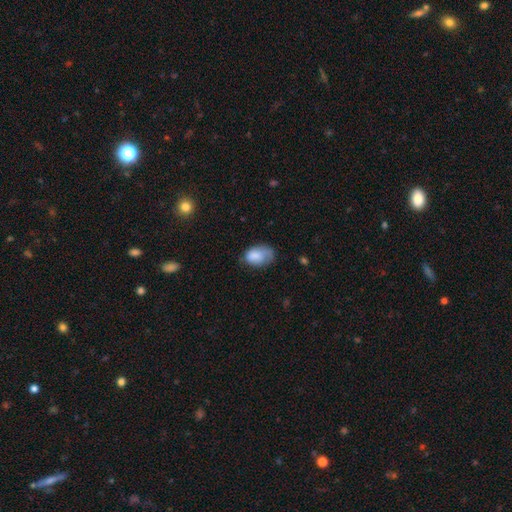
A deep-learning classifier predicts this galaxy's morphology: Q: Smooth or featured?
A: smooth (77%); runner-up: featured or disk (15%)
Q: How rounded?
A: in between (84%); runner-up: round (14%)
Q: Merging?
A: none (44%); runner-up: minor disturbance (34%)